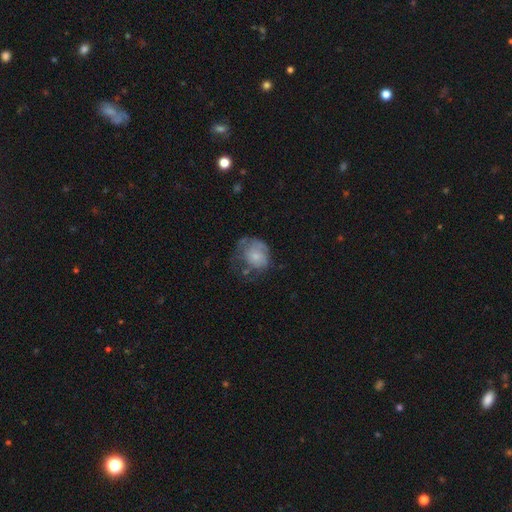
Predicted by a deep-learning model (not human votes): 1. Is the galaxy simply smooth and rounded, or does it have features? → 51% smooth, 40% featured or disk, 9% star or artifact.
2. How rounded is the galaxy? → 62% round, 37% in between, 1% cigar-shaped.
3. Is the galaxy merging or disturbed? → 35% major disturbance, 33% none, 28% minor disturbance, 4% merger.